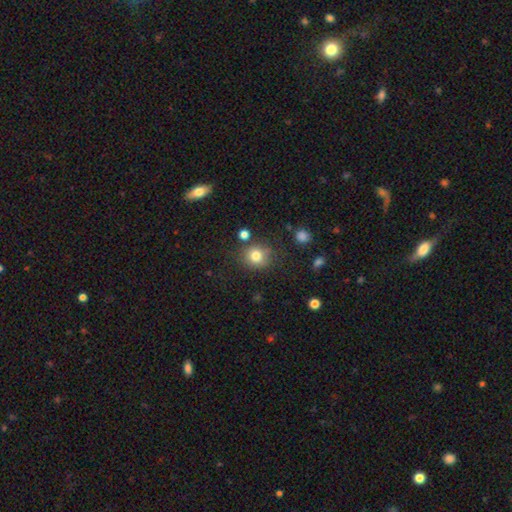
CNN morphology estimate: Smooth or featured?
  - smooth: 80% *
  - star or artifact: 12%
  - featured or disk: 8%
How rounded?
  - round: 83% *
  - in between: 16%
  - cigar-shaped: 1%
Merging?
  - none: 76% *
  - minor disturbance: 13%
  - merger: 6%
  - major disturbance: 5%